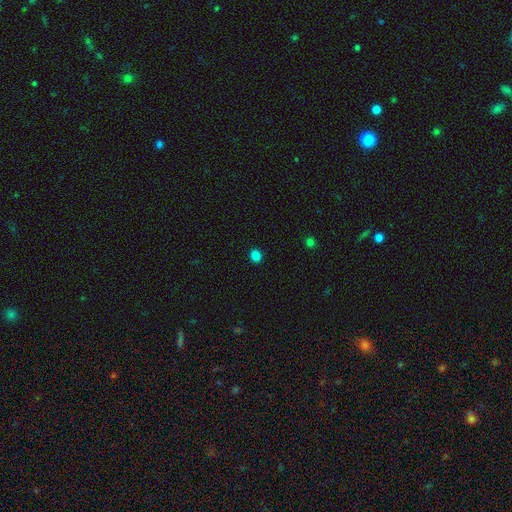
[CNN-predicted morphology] This is clearly a smooth galaxy (83%). How rounded: likely round (71%). Merging: clearly none (91%).